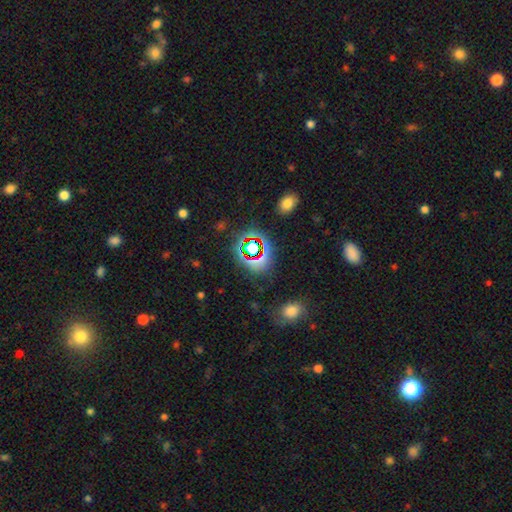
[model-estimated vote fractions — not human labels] Morphology: type=star or artifact (69%).